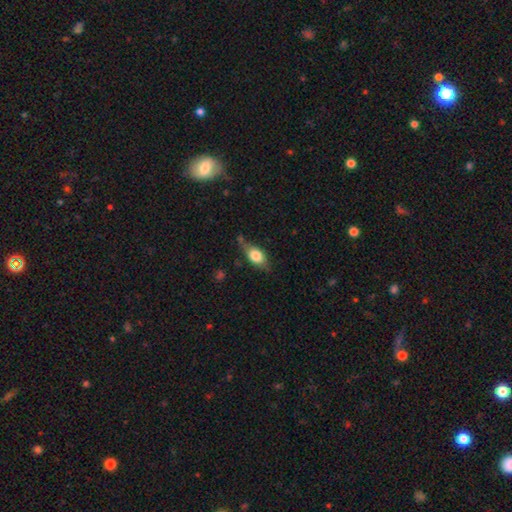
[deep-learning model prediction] A smooth galaxy with no disk features (71%) that is in between round and cigar-shaped (80%).

Vote fractions:
- Smooth or featured? smooth: 71% / featured or disk: 21% / star or artifact: 7%
- How rounded? in between: 80% / round: 10% / cigar-shaped: 10%
- Merging? none: 59% / minor disturbance: 28% / major disturbance: 8% / merger: 5%